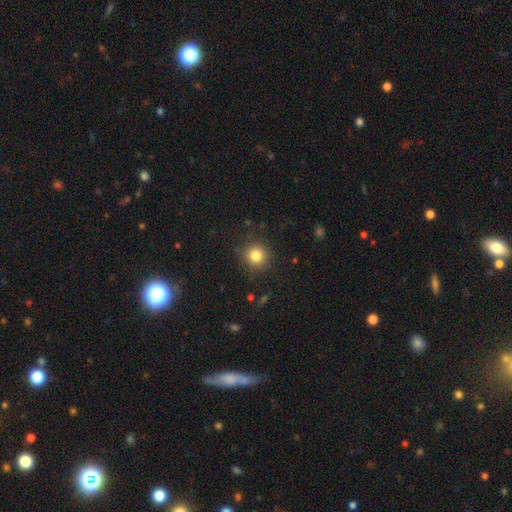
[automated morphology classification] Smooth or featured? smooth (82%)
How rounded? round (93%)
Merging? none (88%)